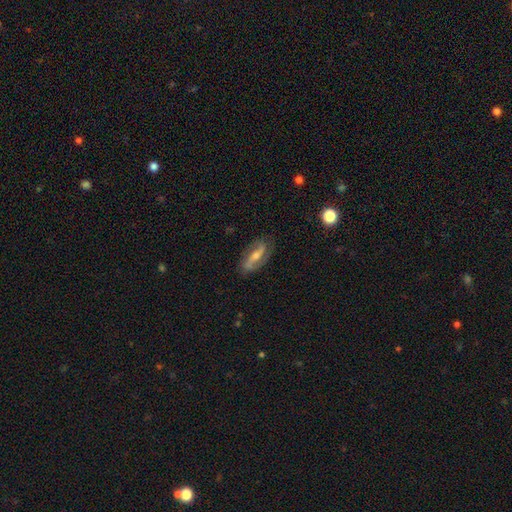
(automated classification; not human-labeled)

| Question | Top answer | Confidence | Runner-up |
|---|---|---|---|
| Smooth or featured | featured or disk | 77% | smooth (16%) |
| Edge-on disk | no | 89% | yes (11%) |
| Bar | strong | 44% | weak (33%) |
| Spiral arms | yes | 90% | no (10%) |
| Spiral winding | medium | 38% | loose (37%) |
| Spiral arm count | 2 | 87% | can't tell (6%) |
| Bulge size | moderate | 52% | small (41%) |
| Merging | none | 80% | minor disturbance (14%) |